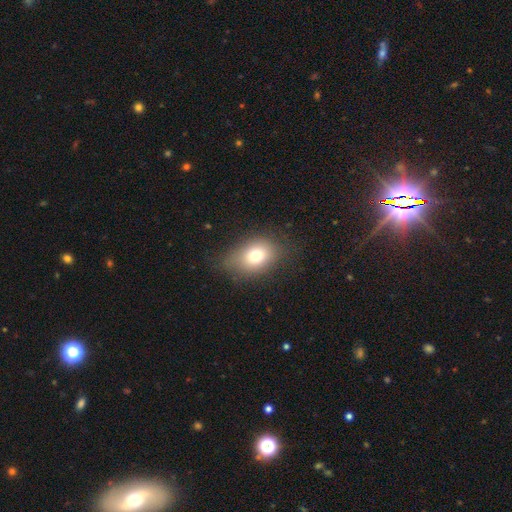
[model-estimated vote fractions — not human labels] Morphology: type=smooth (74%); roundness=in between (72%); merging=none (75%).